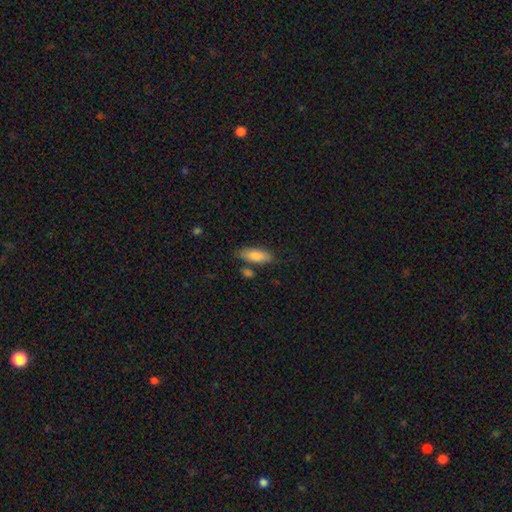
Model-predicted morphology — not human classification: Q: Smooth or featured?
A: smooth (82%); runner-up: featured or disk (12%)
Q: How rounded?
A: in between (67%); runner-up: cigar-shaped (30%)
Q: Merging?
A: none (73%); runner-up: minor disturbance (15%)